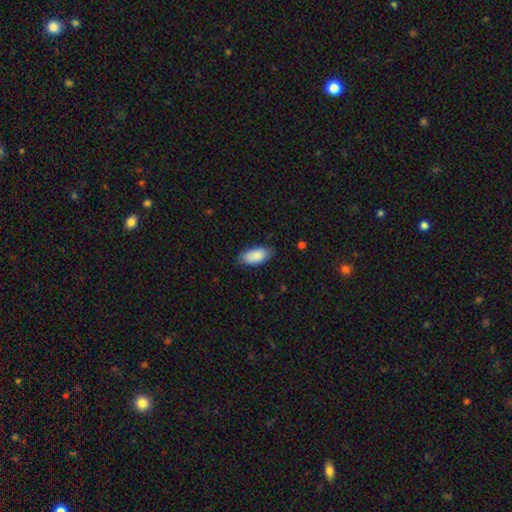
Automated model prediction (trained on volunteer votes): A smooth galaxy with no disk features (89%) that is in between round and cigar-shaped (91%). Merging: none (82%).